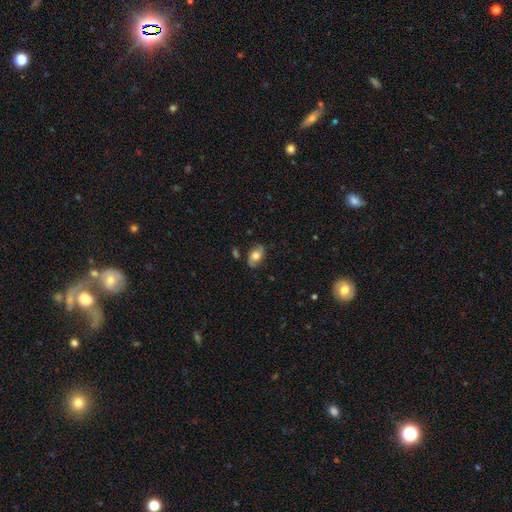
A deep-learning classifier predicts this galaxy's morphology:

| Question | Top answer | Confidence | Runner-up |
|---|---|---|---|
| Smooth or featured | smooth | 52% | featured or disk (40%) |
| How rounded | in between | 88% | round (9%) |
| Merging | none | 79% | minor disturbance (16%) |